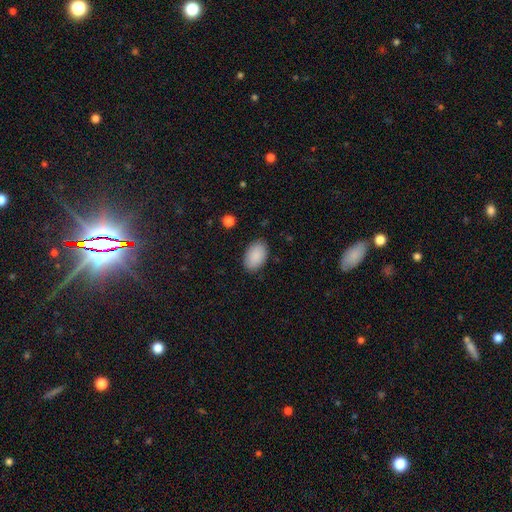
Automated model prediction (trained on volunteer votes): Smooth or featured?
  - smooth: 90% *
  - star or artifact: 6%
  - featured or disk: 4%
How rounded?
  - in between: 92% *
  - round: 7%
  - cigar-shaped: 1%
Merging?
  - none: 86% *
  - minor disturbance: 11%
  - major disturbance: 2%
  - merger: 1%